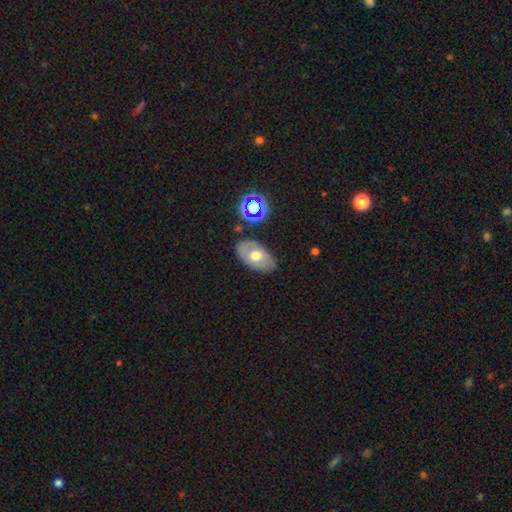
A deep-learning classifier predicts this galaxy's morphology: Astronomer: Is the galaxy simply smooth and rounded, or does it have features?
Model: smooth — 52% (runner-up: featured or disk, 38%).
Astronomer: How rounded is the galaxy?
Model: in between — 89%.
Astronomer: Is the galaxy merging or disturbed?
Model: none — 79%.